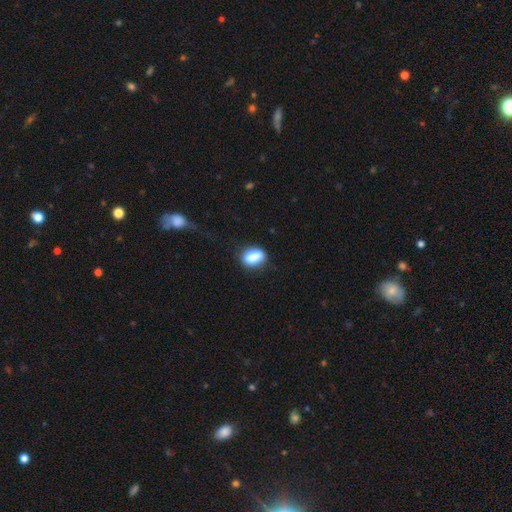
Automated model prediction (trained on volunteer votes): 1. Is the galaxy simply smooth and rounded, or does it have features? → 84% smooth, 8% star or artifact, 7% featured or disk.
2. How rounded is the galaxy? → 78% in between, 17% round, 4% cigar-shaped.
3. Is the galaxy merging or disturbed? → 80% none, 15% minor disturbance, 4% major disturbance, 2% merger.